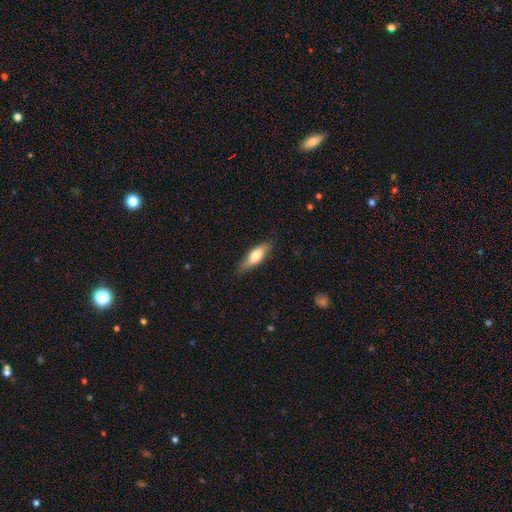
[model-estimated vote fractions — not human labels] This appears to be a smooth galaxy with no disk features (69%) that is in between round and cigar-shaped (55%). Merging: none (80%).